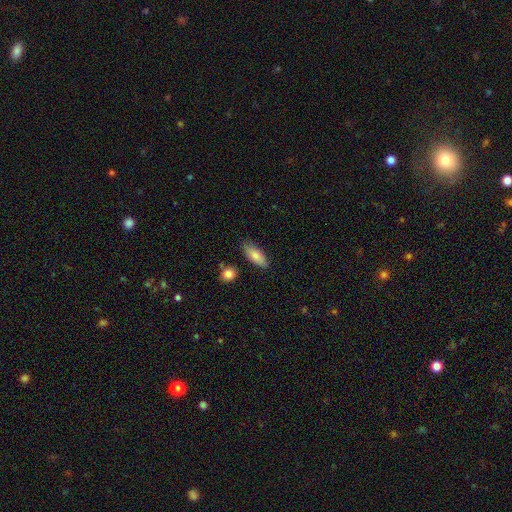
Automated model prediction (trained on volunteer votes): Overall: smooth (81%). How rounded: in between (79%). Merging: none (81%).